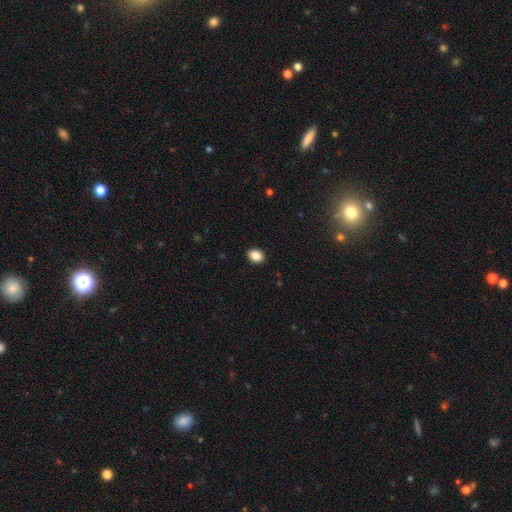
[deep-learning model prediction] smooth_or_featured: smooth (p=0.87) [alt: star or artifact p=0.09]
how_rounded: in between (p=0.62) [alt: round p=0.37]
merging: none (p=0.91) [alt: minor disturbance p=0.06]